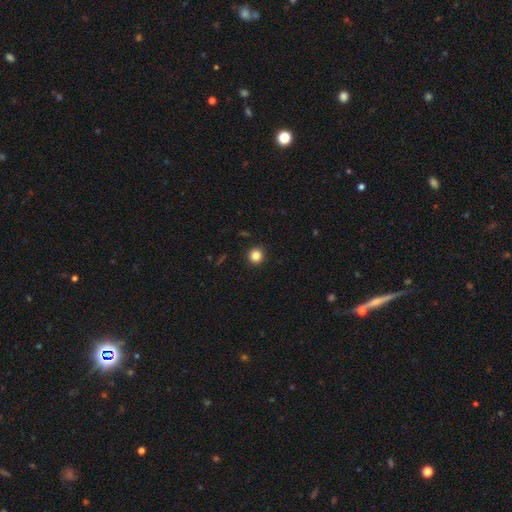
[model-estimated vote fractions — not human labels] Smooth or featured? smooth (84%)
How rounded? round (95%)
Merging? none (93%)